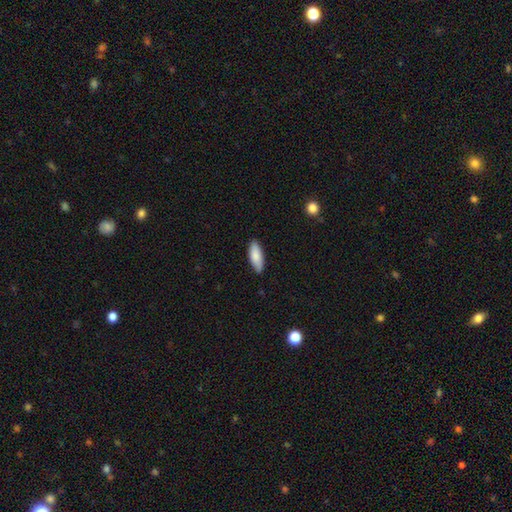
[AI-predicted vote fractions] smooth_or_featured: smooth (p=0.85) [alt: featured or disk p=0.09]
how_rounded: in between (p=0.69) [alt: cigar-shaped p=0.30]
merging: none (p=0.85) [alt: minor disturbance p=0.12]